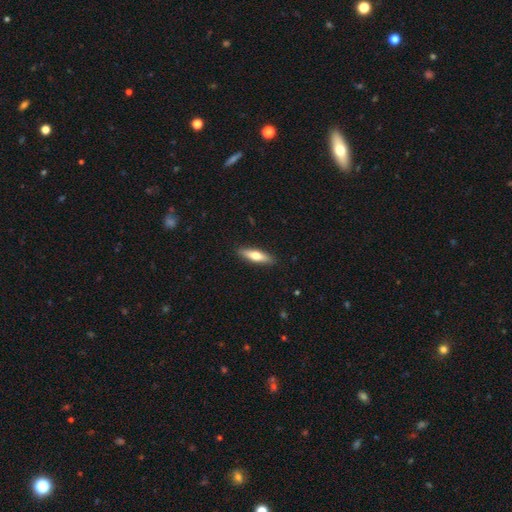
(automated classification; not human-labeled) This appears to be a smooth galaxy with no disk features (59%) that is cigar-shaped (66%). Merging: none (90%).